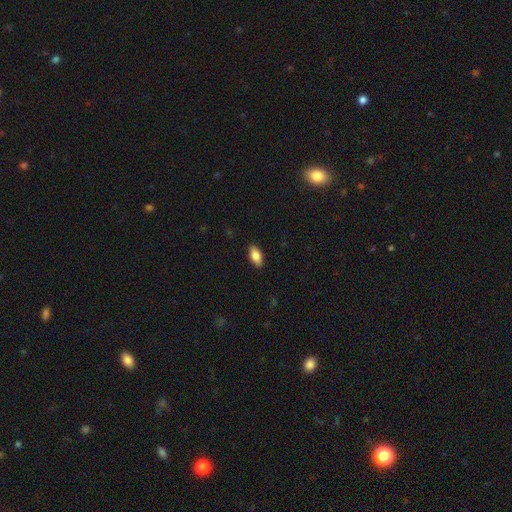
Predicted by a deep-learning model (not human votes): Overall: smooth (80%). How rounded: in between (89%). Merging: none (90%).